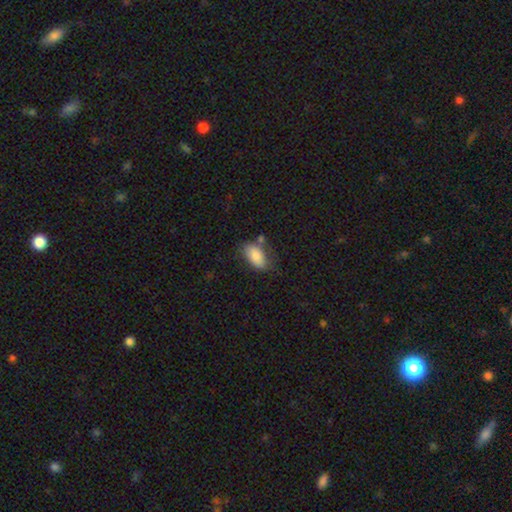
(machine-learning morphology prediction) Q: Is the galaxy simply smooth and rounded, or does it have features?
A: smooth — 84%.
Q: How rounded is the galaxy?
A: in between — 92%.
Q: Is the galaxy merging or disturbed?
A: none — 64%.